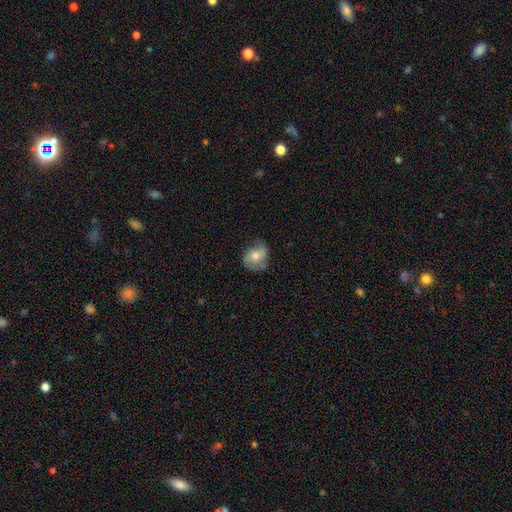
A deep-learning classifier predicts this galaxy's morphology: Smooth or featured? Predicted: smooth (p=0.53). How rounded? Predicted: round (p=0.53). Merging? Predicted: none (p=0.61).